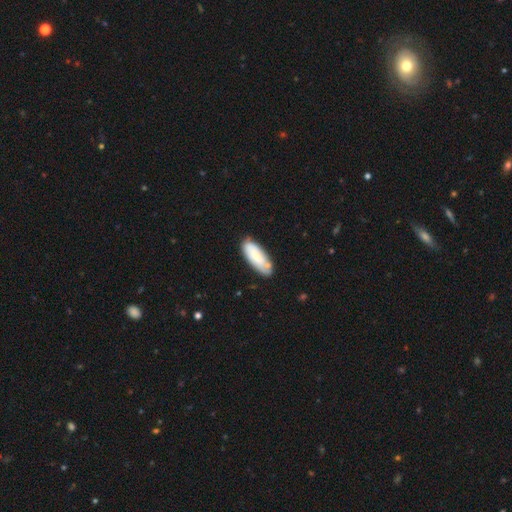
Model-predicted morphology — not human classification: Overall: smooth (68%). How rounded: in between (71%). Merging: none (72%).